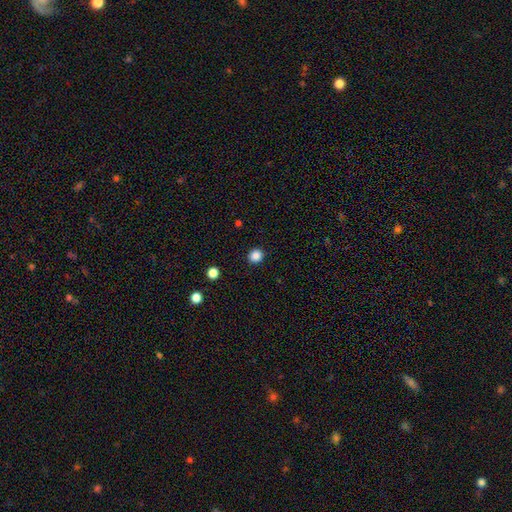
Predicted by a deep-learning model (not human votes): This is clearly a smooth galaxy (86%). How rounded: clearly round (89%). Merging: clearly none (92%).